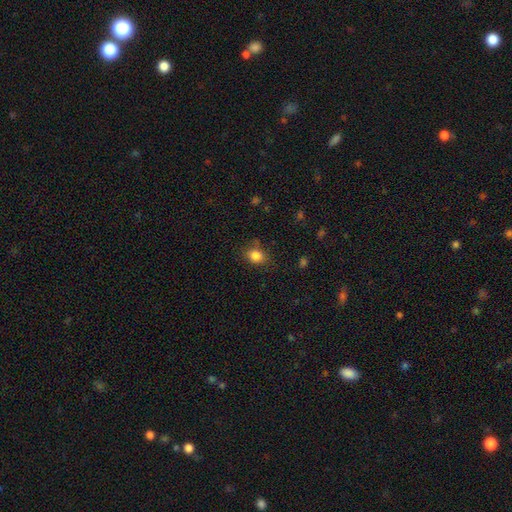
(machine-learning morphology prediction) type=smooth (84%); roundness=in between (53%); merging=none (74%).